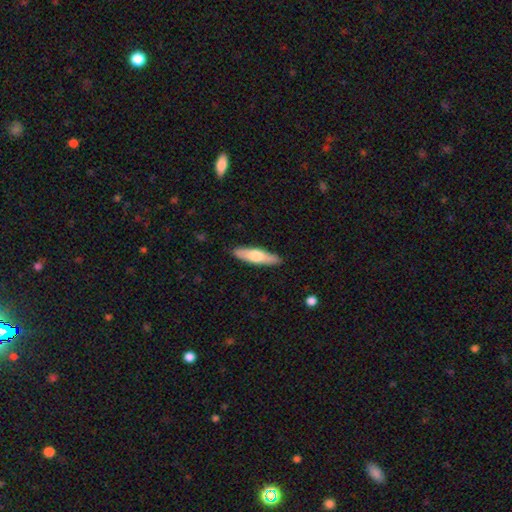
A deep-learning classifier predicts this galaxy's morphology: A smooth galaxy with no disk features (58%) that is cigar-shaped (69%).

Vote fractions:
- Smooth or featured? smooth: 58% / featured or disk: 37% / star or artifact: 5%
- How rounded? cigar-shaped: 69% / in between: 29% / round: 2%
- Merging? none: 89% / minor disturbance: 8% / major disturbance: 2% / merger: 1%